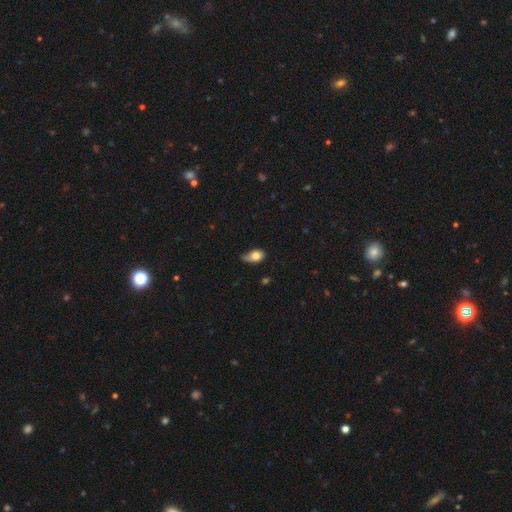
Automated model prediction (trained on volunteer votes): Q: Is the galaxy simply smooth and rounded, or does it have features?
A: smooth — 77%.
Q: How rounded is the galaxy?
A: in between — 85%.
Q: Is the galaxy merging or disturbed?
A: minor disturbance — 46%.